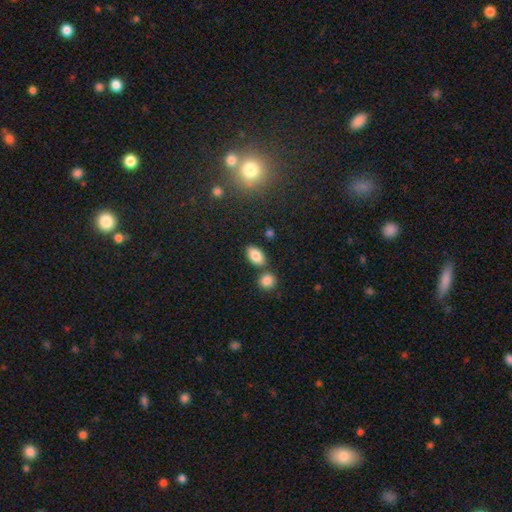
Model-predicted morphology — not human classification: This appears to be a smooth galaxy with no disk features (83%) that is in between round and cigar-shaped (89%). Merging: none (73%).